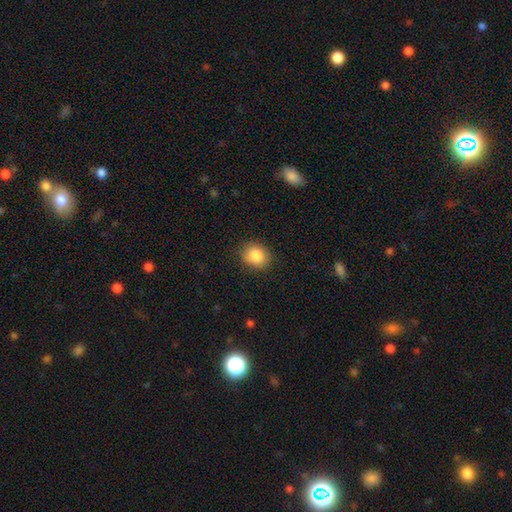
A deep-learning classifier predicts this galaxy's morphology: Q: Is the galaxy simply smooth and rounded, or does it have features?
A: smooth — 86%.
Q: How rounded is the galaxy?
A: round — 60%.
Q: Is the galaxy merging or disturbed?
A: none — 86%.